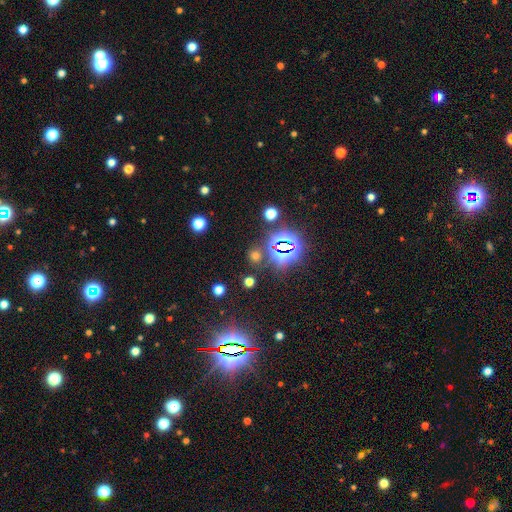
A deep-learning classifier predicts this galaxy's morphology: Smooth or featured? star or artifact (48%)